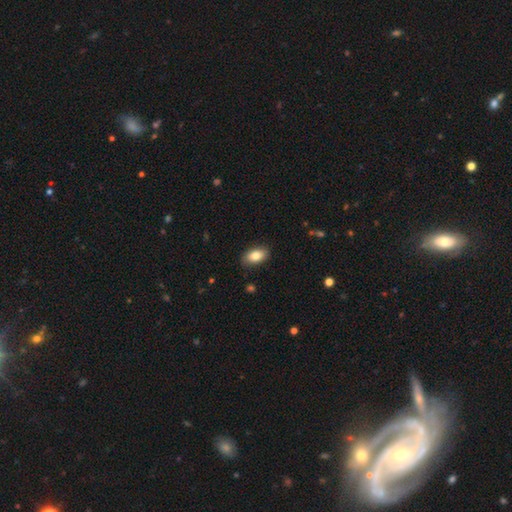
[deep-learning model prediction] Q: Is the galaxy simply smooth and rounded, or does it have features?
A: smooth — 83%.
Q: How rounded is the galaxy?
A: in between — 92%.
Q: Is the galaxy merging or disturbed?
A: none — 86%.